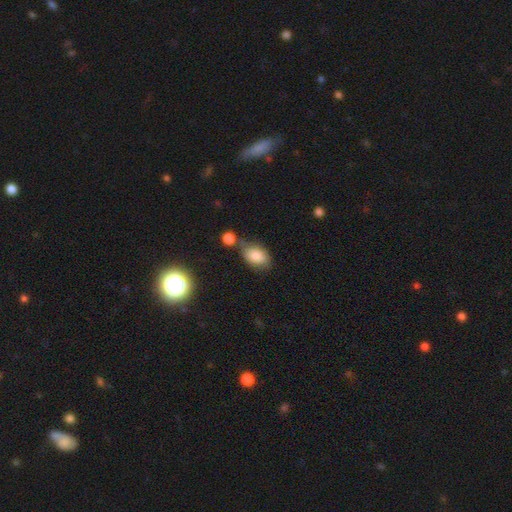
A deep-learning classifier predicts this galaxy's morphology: A smooth galaxy with no disk features (82%) that is in between round and cigar-shaped (85%).

Vote fractions:
- Smooth or featured? smooth: 82% / star or artifact: 9% / featured or disk: 9%
- How rounded? in between: 85% / round: 14% / cigar-shaped: 2%
- Merging? none: 53% / merger: 21% / minor disturbance: 20% / major disturbance: 6%